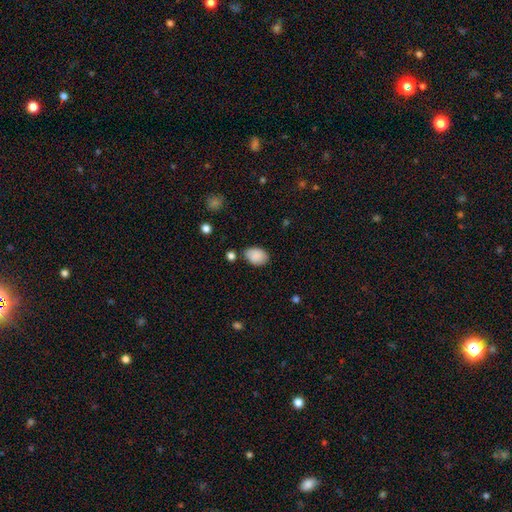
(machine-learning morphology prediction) smooth-or-featured: smooth: 88% | star or artifact: 7% | featured or disk: 4%
  how-rounded: in between: 81% | round: 18% | cigar-shaped: 1%
  merging: none: 77% | minor disturbance: 15% | merger: 4% | major disturbance: 4%